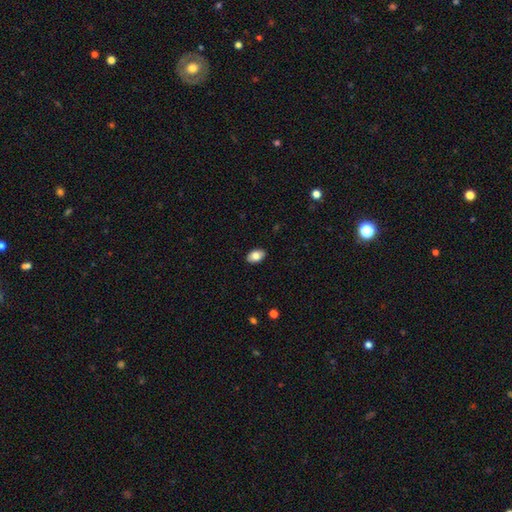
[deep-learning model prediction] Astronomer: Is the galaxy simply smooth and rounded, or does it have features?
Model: smooth — 82%.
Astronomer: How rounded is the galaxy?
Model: in between — 91%.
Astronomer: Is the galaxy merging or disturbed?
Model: none — 89%.